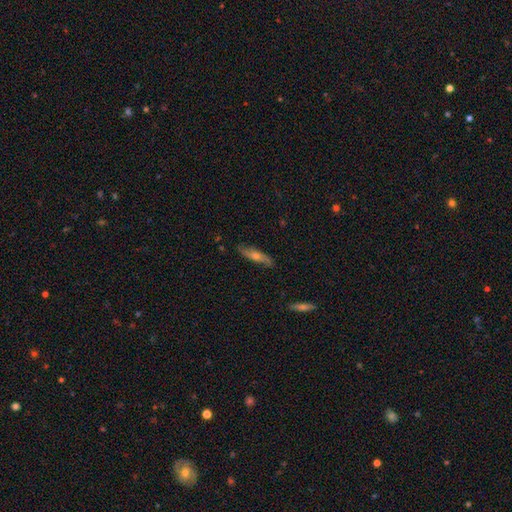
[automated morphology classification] This is possibly a featured or disk galaxy (59%). It is possibly viewed edge-on (57%). Merging: clearly none (82%).